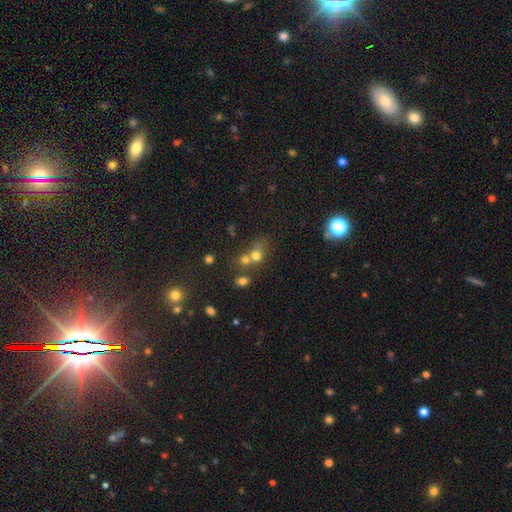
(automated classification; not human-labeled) Smooth or featured: smooth — 66% (star or artifact — 20%)
How rounded: round — 73% (in between — 26%)
Merging: merger — 51% (none — 34%)